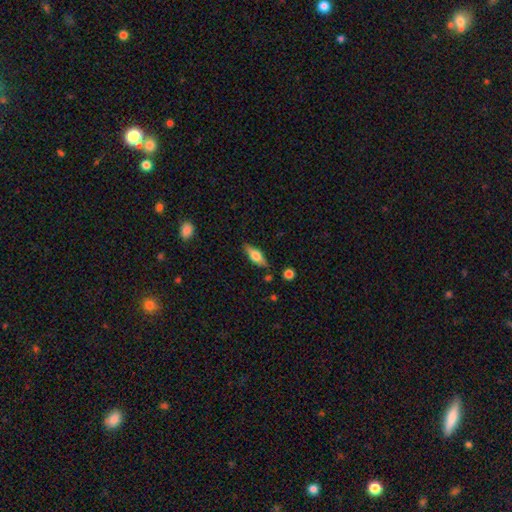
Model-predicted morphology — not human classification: type=smooth (54%); roundness=in between (60%); merging=none (82%).